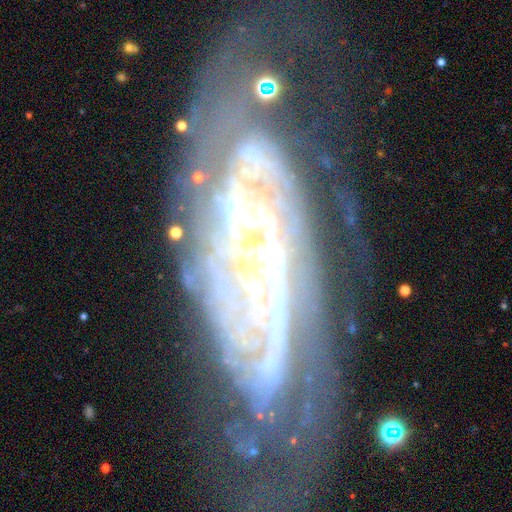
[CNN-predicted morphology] Smooth or featured? Predicted: featured or disk (p=0.81). Edge-on disk? Predicted: no (p=0.85). Bar? Predicted: no (p=0.52). Spiral arms? Predicted: yes (p=0.84). Spiral winding? Predicted: tight (p=0.56). Spiral arm count? Predicted: can't tell (p=0.39). Bulge size? Predicted: small (p=0.52). Merging? Predicted: none (p=0.46).